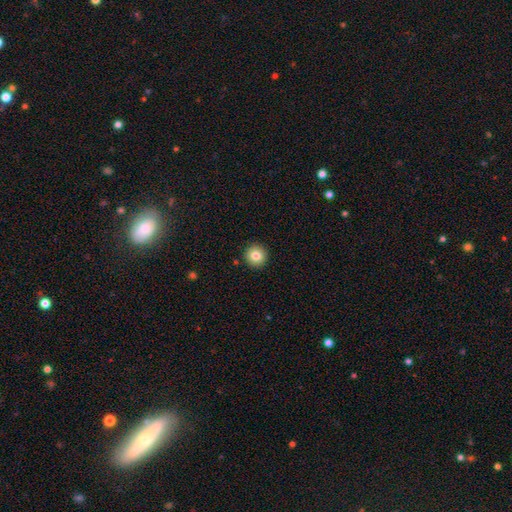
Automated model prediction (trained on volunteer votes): A smooth galaxy with no disk features (83%) that is round (95%). Merging: none (92%).